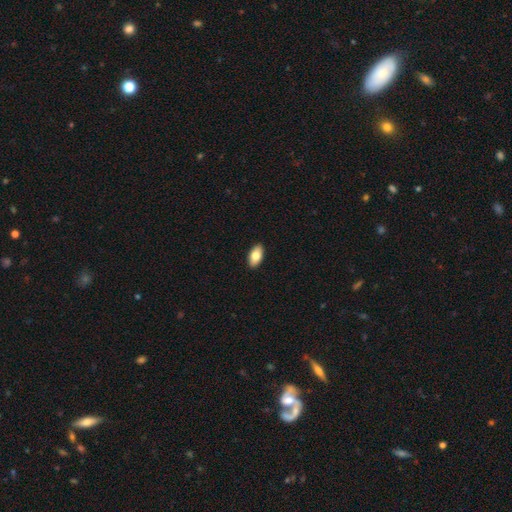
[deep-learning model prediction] Smooth or featured? smooth (79%)
How rounded? in between (93%)
Merging? none (91%)